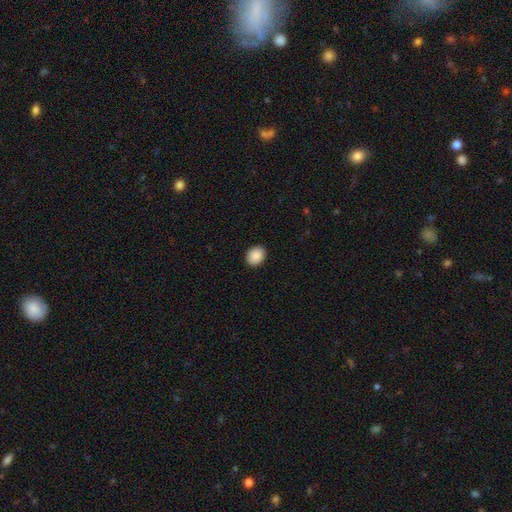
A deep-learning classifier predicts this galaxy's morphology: Smooth or featured? smooth (90%)
How rounded? in between (57%)
Merging? none (91%)